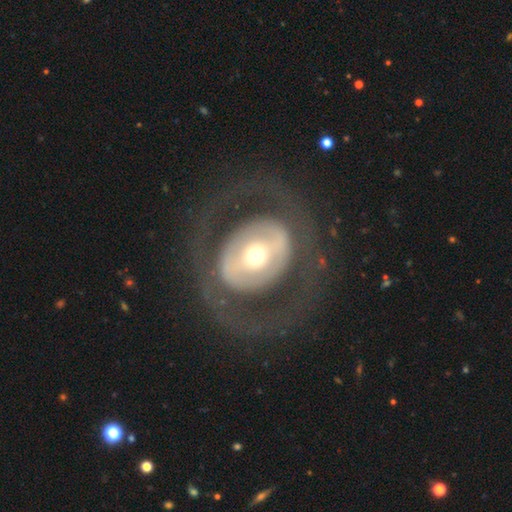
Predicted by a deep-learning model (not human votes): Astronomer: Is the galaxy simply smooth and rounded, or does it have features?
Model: featured or disk — 64%.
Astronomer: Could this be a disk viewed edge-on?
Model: no — 93%.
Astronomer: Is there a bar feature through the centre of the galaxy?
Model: no — 56%.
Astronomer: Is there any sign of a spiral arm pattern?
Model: no — 79%.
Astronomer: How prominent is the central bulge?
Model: moderate — 66%.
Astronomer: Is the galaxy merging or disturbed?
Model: none — 71%.